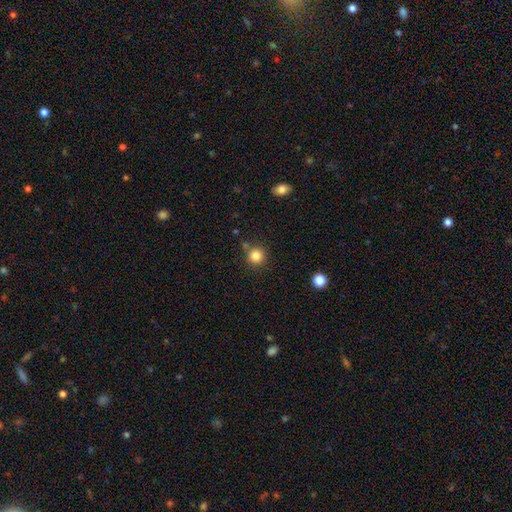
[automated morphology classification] A smooth galaxy with no disk features (84%) that is round (94%).

Vote fractions:
- Smooth or featured? smooth: 84% / star or artifact: 11% / featured or disk: 5%
- How rounded? round: 94% / in between: 5% / cigar-shaped: 1%
- Merging? none: 80% / minor disturbance: 10% / merger: 7% / major disturbance: 3%